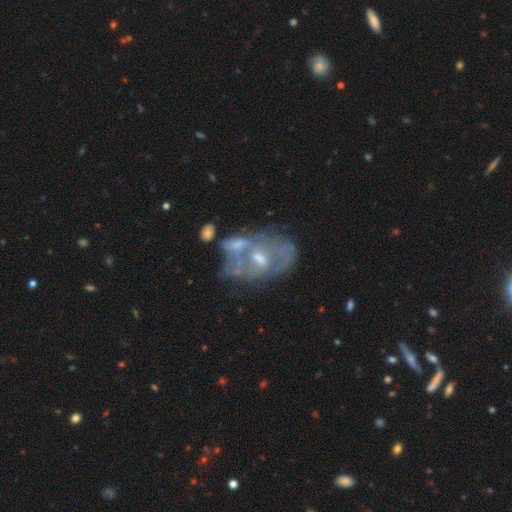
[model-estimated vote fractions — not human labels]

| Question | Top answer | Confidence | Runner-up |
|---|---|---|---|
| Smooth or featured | featured or disk | 72% | smooth (16%) |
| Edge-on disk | no | 95% | yes (5%) |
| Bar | no | 57% | weak (32%) |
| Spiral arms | yes | 55% | no (45%) |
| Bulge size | moderate | 50% | small (42%) |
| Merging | none | 44% | merger (28%) |